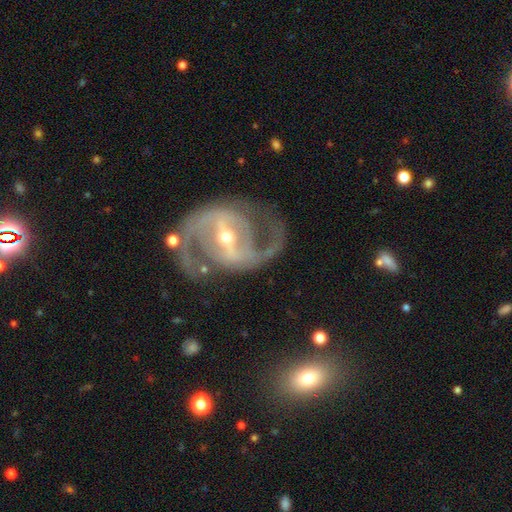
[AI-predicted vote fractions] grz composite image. It shows a featured or disk galaxy (90%) with a strong bar (59%), 2 (87%) medium (55%) spiral arms (96%) and a small central bulge (48%, tied with moderate). Merging: none (68%).